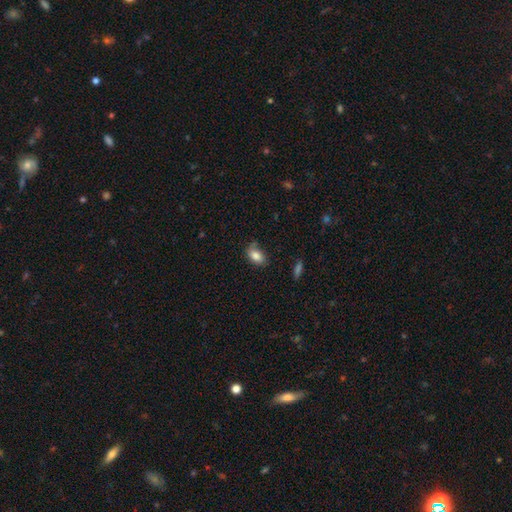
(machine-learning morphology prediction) type=smooth (83%); roundness=in between (86%); merging=none (65%).